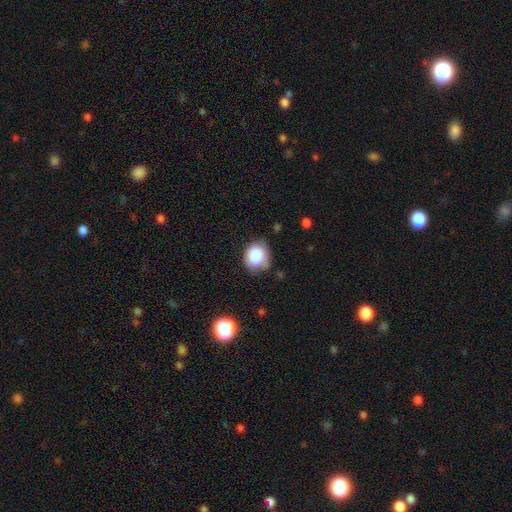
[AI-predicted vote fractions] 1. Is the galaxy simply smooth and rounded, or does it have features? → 84% smooth, 8% star or artifact, 8% featured or disk.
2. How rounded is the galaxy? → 61% round, 38% in between, 1% cigar-shaped.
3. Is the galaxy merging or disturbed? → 63% none, 28% minor disturbance, 6% major disturbance, 3% merger.